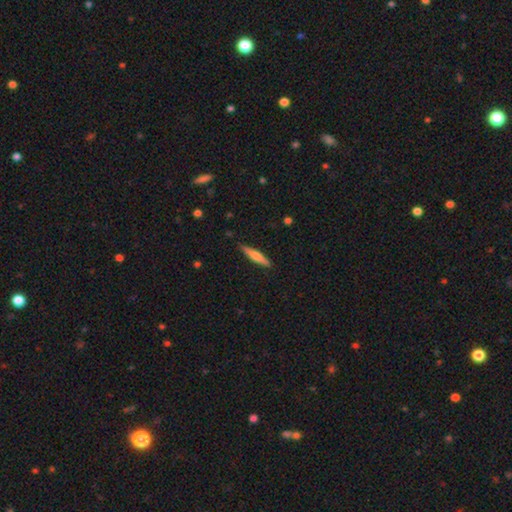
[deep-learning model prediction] Morphology: type=smooth (52%); roundness=cigar-shaped (88%); merging=none (89%).